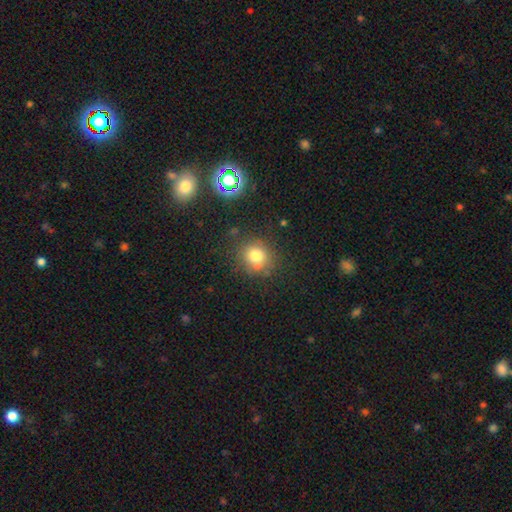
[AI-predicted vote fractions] Smooth or featured? Predicted: smooth (p=0.75). How rounded? Predicted: round (p=0.85). Merging? Predicted: none (p=0.74).